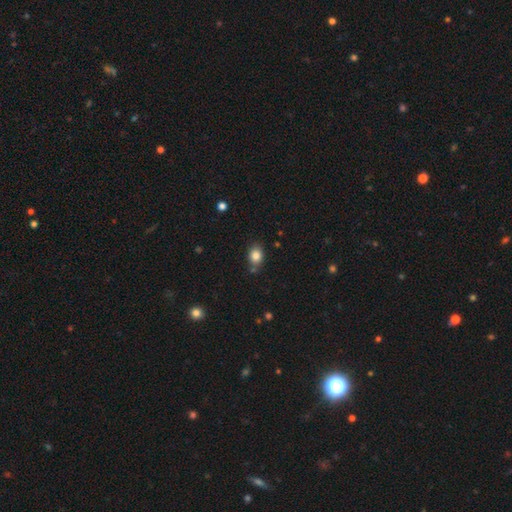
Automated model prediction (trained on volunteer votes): smooth-or-featured: smooth: 84% | star or artifact: 10% | featured or disk: 6%
  how-rounded: in between: 56% | round: 43% | cigar-shaped: 1%
  merging: none: 73% | minor disturbance: 16% | merger: 7% | major disturbance: 4%